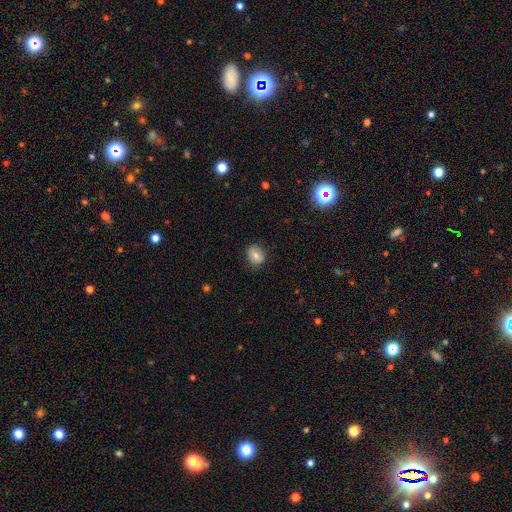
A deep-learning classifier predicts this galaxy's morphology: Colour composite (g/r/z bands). It shows a smooth galaxy with no disk features (76%) that is round (56%). Merging: none (81%).